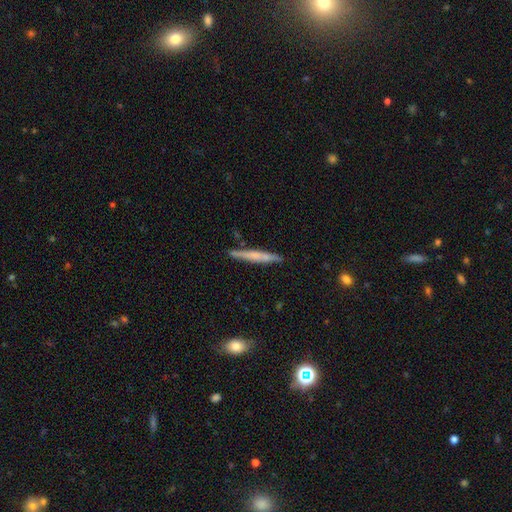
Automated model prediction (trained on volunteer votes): Smooth or featured? smooth (50%)
Merging? none (85%)